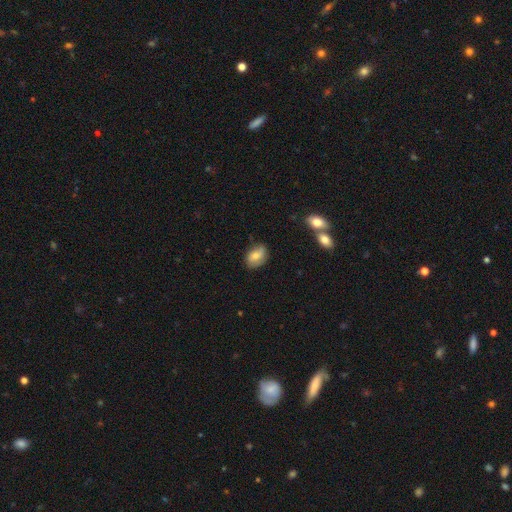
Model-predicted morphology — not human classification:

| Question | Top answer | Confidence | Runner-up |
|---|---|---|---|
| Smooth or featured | smooth | 72% | featured or disk (19%) |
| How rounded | in between | 82% | round (16%) |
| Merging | none | 68% | minor disturbance (25%) |